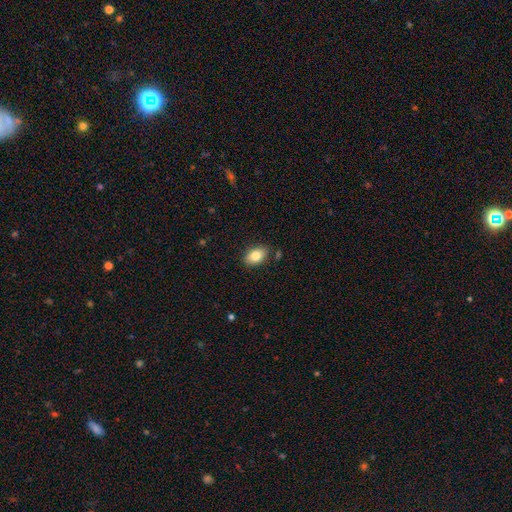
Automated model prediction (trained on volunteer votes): smooth-or-featured: smooth: 83% | featured or disk: 10% | star or artifact: 8%
  how-rounded: in between: 89% | round: 10% | cigar-shaped: 2%
  merging: none: 85% | minor disturbance: 10% | major disturbance: 2% | merger: 2%